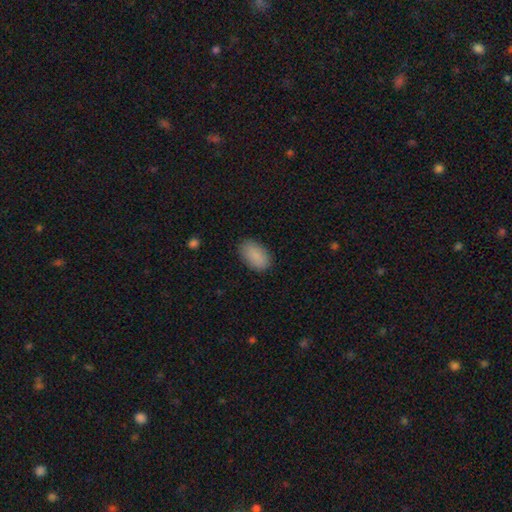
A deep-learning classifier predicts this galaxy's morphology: Overall: smooth (88%). How rounded: in between (93%). Merging: none (86%).